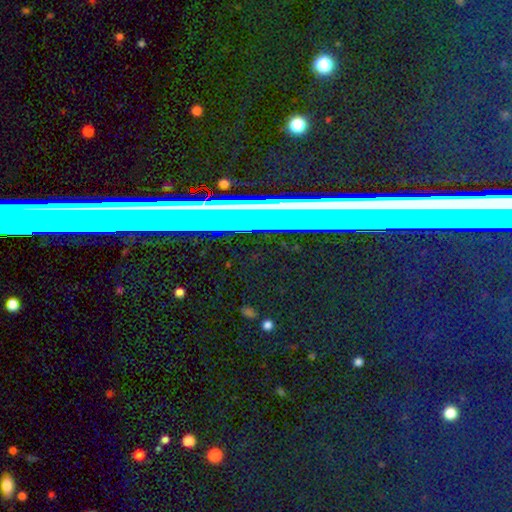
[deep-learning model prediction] smooth_or_featured: star or artifact (p=0.74) [alt: featured or disk p=0.15]